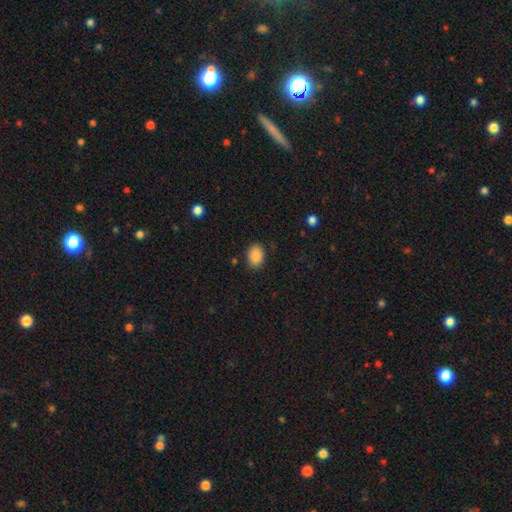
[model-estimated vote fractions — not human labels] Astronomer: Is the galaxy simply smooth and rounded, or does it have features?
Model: smooth — 88%.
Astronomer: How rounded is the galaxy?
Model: in between — 79%.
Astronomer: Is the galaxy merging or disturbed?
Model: none — 85%.